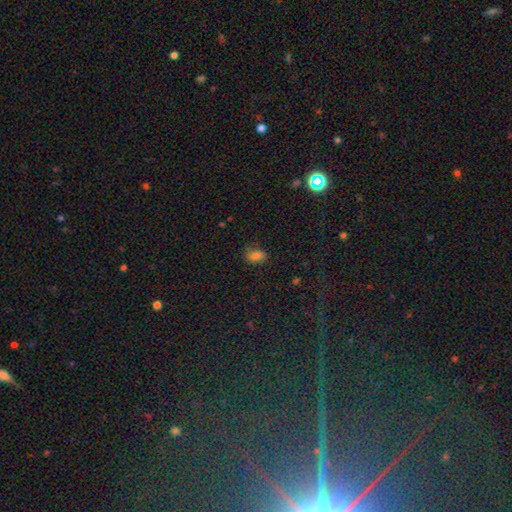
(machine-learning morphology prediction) The model was most divided on "merging": none: 70%, minor disturbance: 23%, major disturbance: 6%, merger: 2%. More confident: how rounded — in between (85%); smooth or featured — smooth (77%).